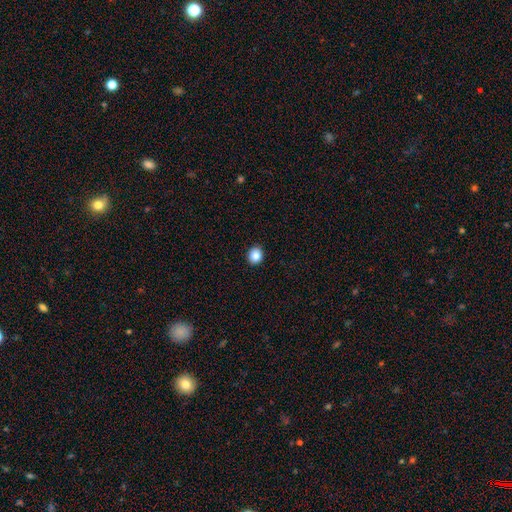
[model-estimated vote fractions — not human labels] This appears to be a smooth galaxy with no disk features (85%) that is round (76%). Merging: none (92%).